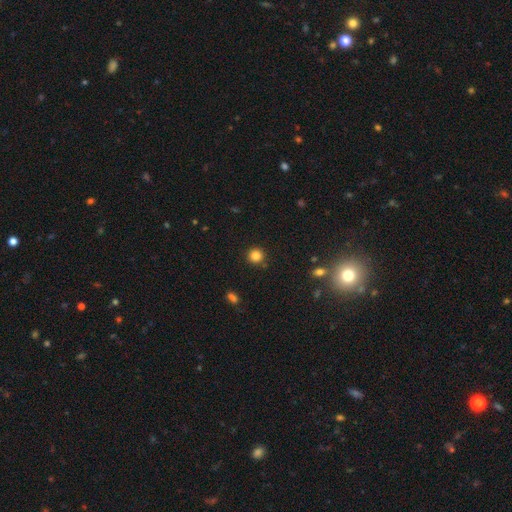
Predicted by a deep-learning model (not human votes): Morphology: type=smooth (84%); roundness=round (94%); merging=none (90%).